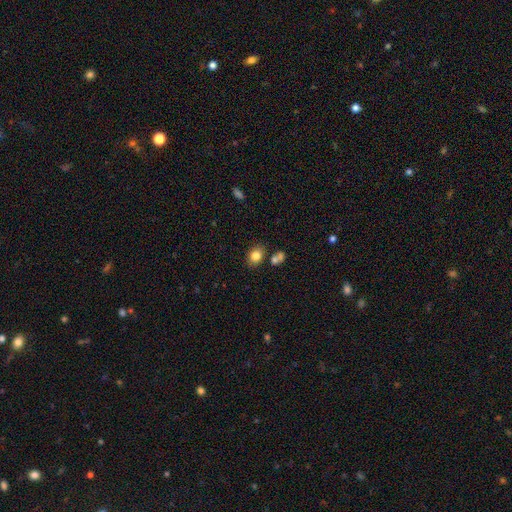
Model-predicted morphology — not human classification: Q: Smooth or featured?
A: smooth (82%); runner-up: star or artifact (10%)
Q: How rounded?
A: in between (59%); runner-up: round (40%)
Q: Merging?
A: none (72%); runner-up: minor disturbance (13%)